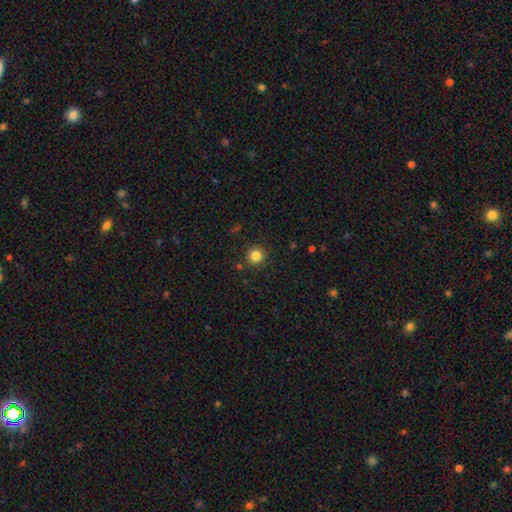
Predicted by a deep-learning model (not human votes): Morphology: type=smooth (84%); roundness=round (94%); merging=none (90%).